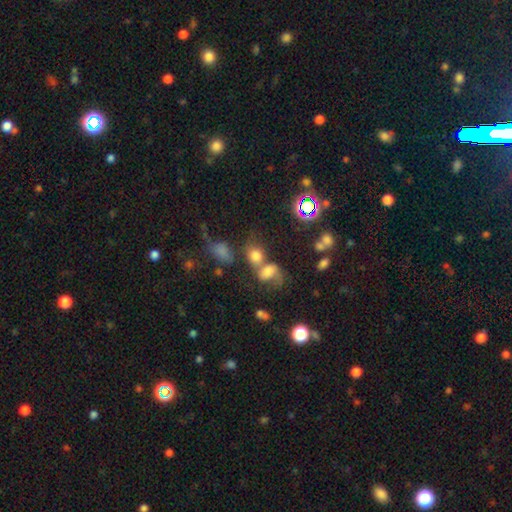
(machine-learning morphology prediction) Overall: smooth (62%). How rounded: round (51%; in between 47%). Merging: merger (58%; none 23%).